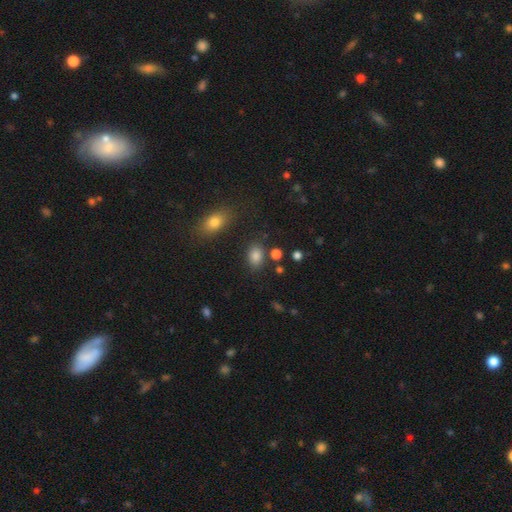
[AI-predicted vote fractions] Smooth or featured? smooth (84%)
How rounded? in between (80%)
Merging? none (79%)